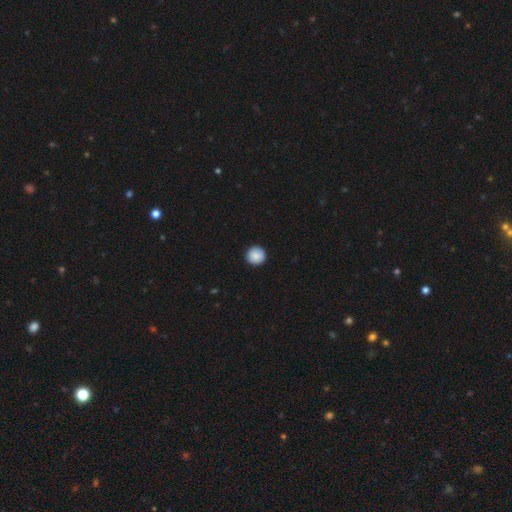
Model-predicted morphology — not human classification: This appears to be a smooth galaxy with no disk features (87%) that is round (96%). Merging: none (92%).